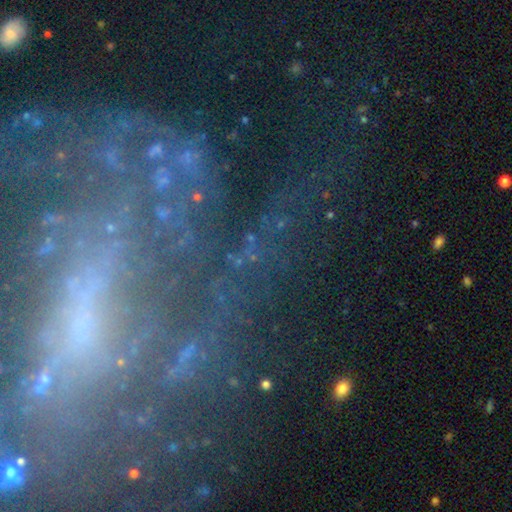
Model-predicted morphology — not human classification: A featured or disk galaxy (55%). Merging: none (64%).